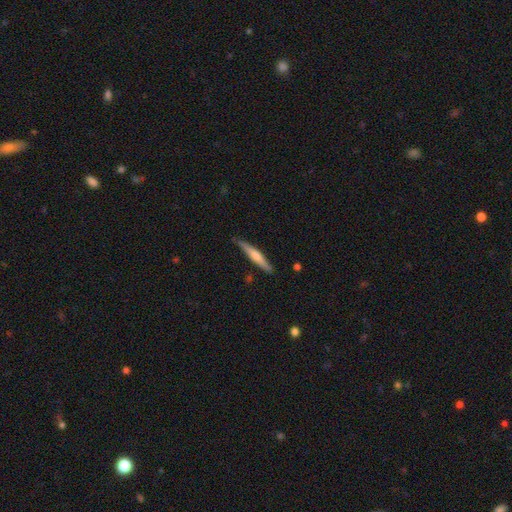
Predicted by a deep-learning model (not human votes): Smooth or featured? Predicted: featured or disk (p=0.48). Merging? Predicted: none (p=0.84).